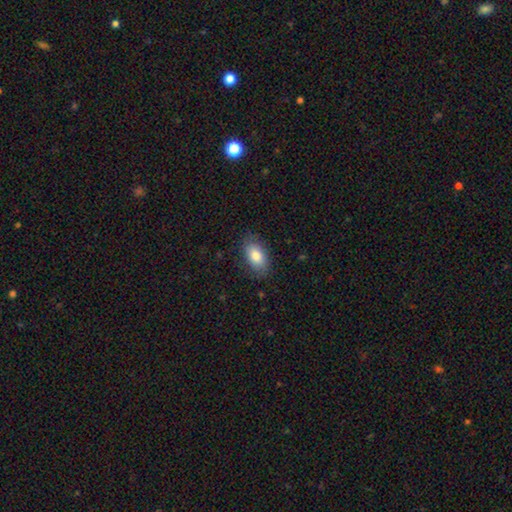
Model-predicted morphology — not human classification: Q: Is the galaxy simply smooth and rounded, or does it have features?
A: smooth — 82%.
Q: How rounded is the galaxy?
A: in between — 92%.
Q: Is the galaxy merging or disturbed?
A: none — 82%.